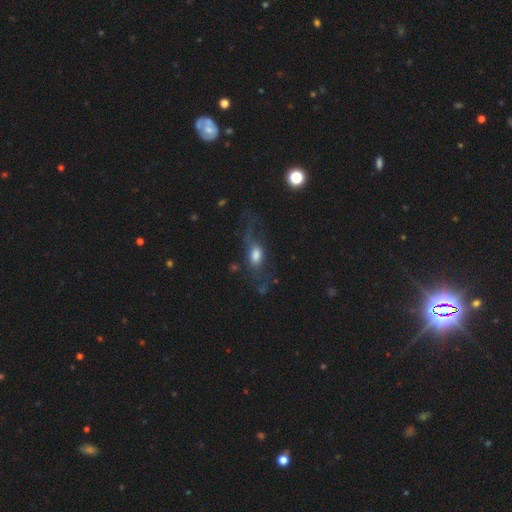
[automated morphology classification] Smooth or featured: featured or disk — 45% (smooth — 43%)
Merging: none — 50% (major disturbance — 26%)